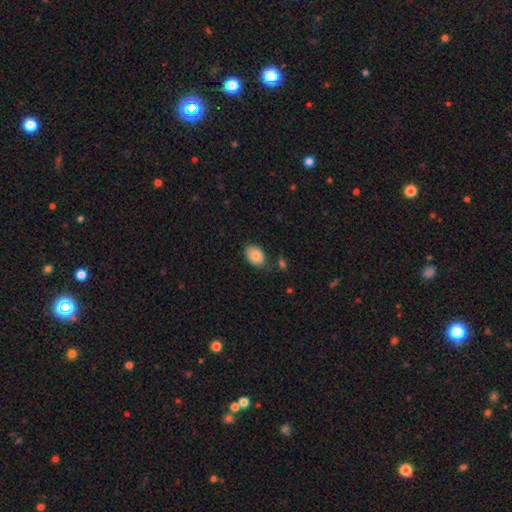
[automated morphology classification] A smooth galaxy with no disk features (84%) that is in between round and cigar-shaped (83%). Merging: none (78%).